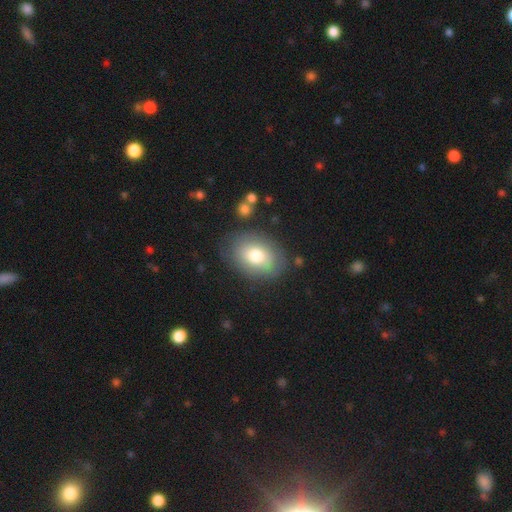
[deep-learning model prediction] A smooth galaxy with no disk features (74%) that is in between round and cigar-shaped (70%).

Vote fractions:
- Smooth or featured? smooth: 74% / featured or disk: 18% / star or artifact: 8%
- How rounded? in between: 70% / round: 30% / cigar-shaped: 1%
- Merging? none: 78% / minor disturbance: 14% / major disturbance: 5% / merger: 2%